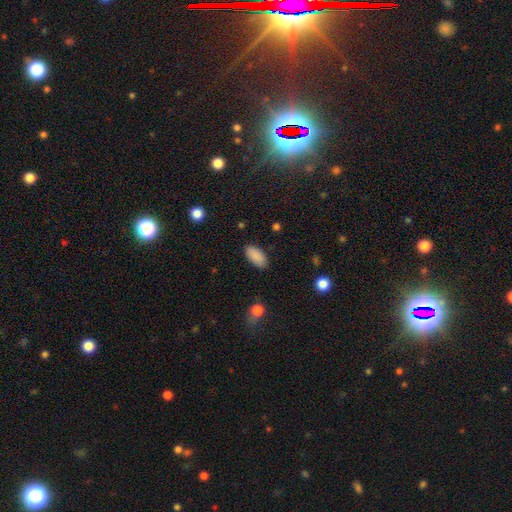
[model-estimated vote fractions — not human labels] A smooth galaxy with no disk features (89%) that is in between round and cigar-shaped (92%).

Vote fractions:
- Smooth or featured? smooth: 89% / star or artifact: 7% / featured or disk: 4%
- How rounded? in between: 92% / cigar-shaped: 5% / round: 2%
- Merging? none: 87% / minor disturbance: 9% / major disturbance: 2% / merger: 1%